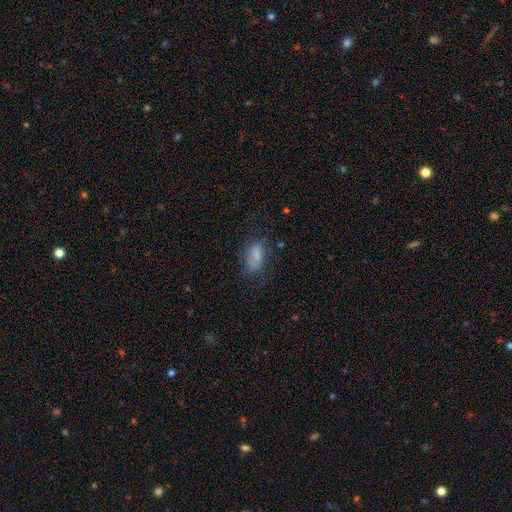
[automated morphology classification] type=smooth (72%); roundness=in between (87%); merging=none (49%).